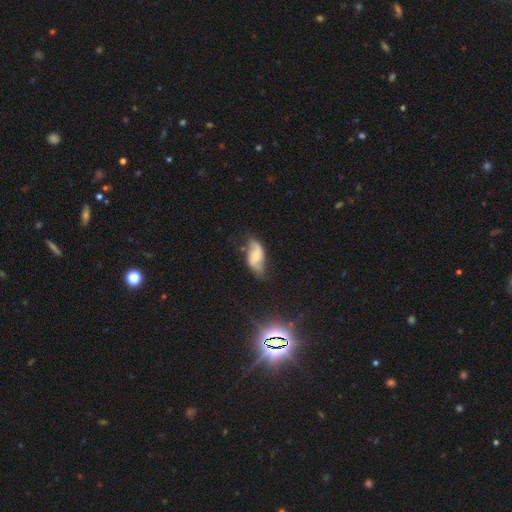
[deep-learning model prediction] Smooth or featured? Predicted: featured or disk (p=0.66). Edge-on disk? Predicted: no (p=0.95). Bar? Predicted: no (p=0.47). Spiral arms? Predicted: yes (p=0.90). Spiral winding? Predicted: loose (p=0.57). Spiral arm count? Predicted: 2 (p=0.87). Bulge size? Predicted: small (p=0.45). Merging? Predicted: none (p=0.58).